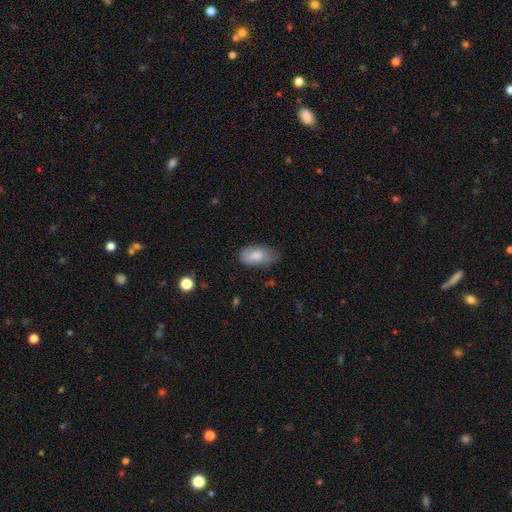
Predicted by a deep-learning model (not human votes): Q: Smooth or featured?
A: smooth (84%); runner-up: featured or disk (9%)
Q: How rounded?
A: in between (93%); runner-up: cigar-shaped (4%)
Q: Merging?
A: none (61%); runner-up: minor disturbance (31%)